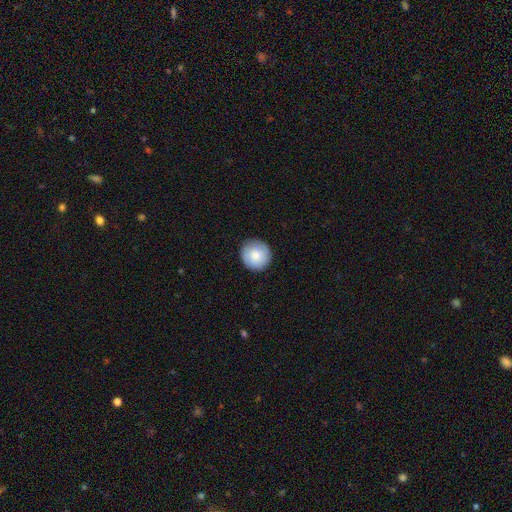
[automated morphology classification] A smooth galaxy with no disk features (74%) that is round (94%). Merging: none (87%).